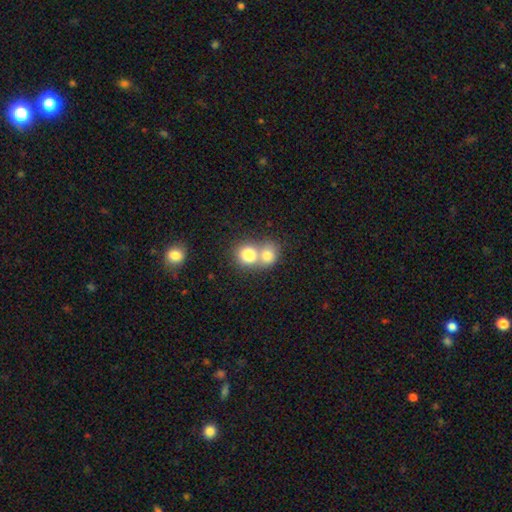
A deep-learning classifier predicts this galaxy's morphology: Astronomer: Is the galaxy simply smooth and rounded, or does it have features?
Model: smooth — 74%.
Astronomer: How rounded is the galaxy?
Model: round — 77%.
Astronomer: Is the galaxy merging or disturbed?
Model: merger — 62%.